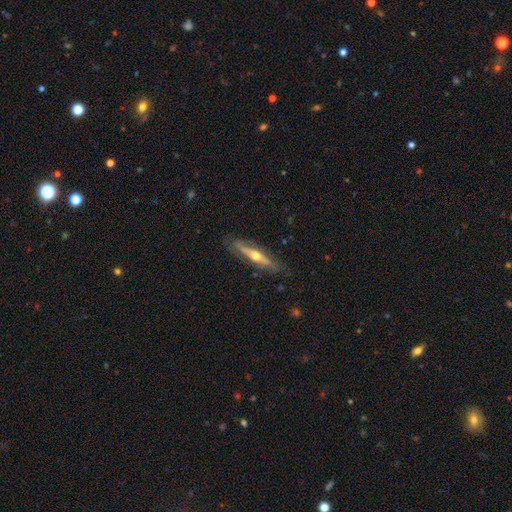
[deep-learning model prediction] Smooth or featured?
  - featured or disk: 68% *
  - smooth: 26%
  - star or artifact: 5%
Edge-on disk?
  - yes: 81% *
  - no: 19%
Edge-on bulge?
  - rounded: 89% *
  - none: 8%
  - boxy: 3%
Merging?
  - none: 77% *
  - minor disturbance: 17%
  - major disturbance: 5%
  - merger: 1%